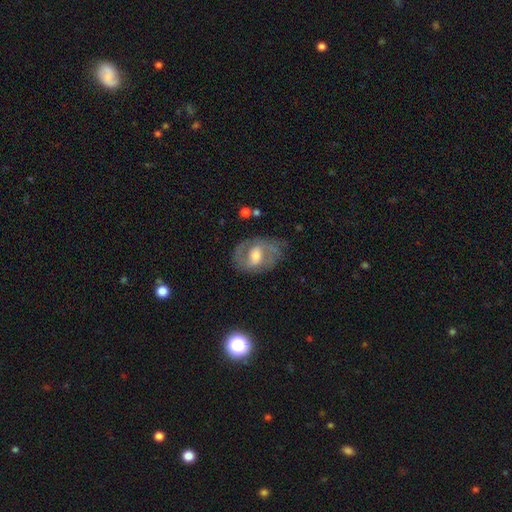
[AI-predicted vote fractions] The model was most divided on "bar": weak: 48%, no: 36%, strong: 16%. Remaining: edge-on disk — no (96%); spiral arms — yes (78%); spiral arm count — 2 (75%); smooth or featured — featured or disk (69%); merging — none (63%); bulge size — moderate (61%); spiral winding — medium (50%).